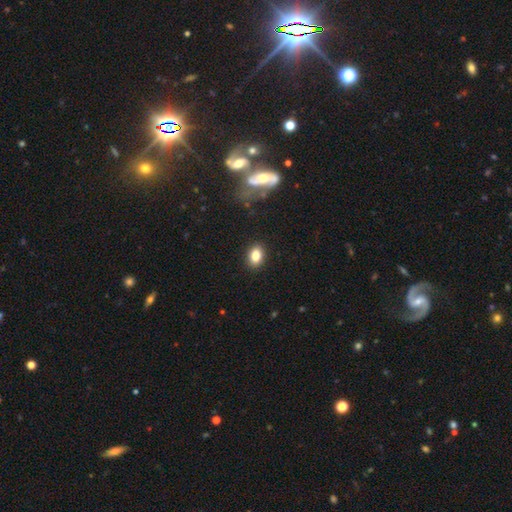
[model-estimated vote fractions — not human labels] Smooth or featured?
  - smooth: 83% *
  - star or artifact: 10%
  - featured or disk: 8%
How rounded?
  - in between: 77% *
  - round: 22%
  - cigar-shaped: 2%
Merging?
  - none: 89% *
  - minor disturbance: 7%
  - major disturbance: 2%
  - merger: 1%